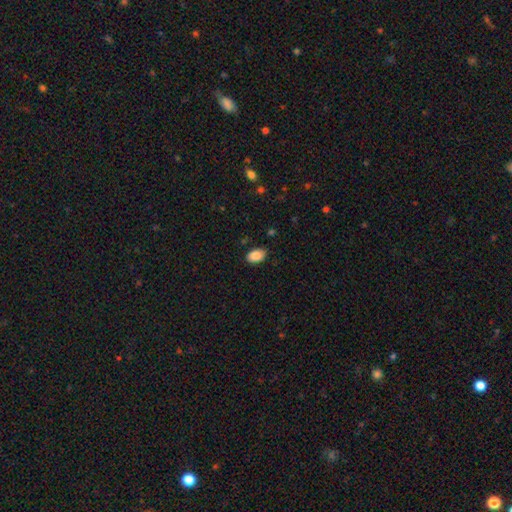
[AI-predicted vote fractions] The model was most divided on "merging": none: 84%, minor disturbance: 13%, major disturbance: 2%, merger: 1%. More confident: how rounded — in between (89%); smooth or featured — smooth (88%).